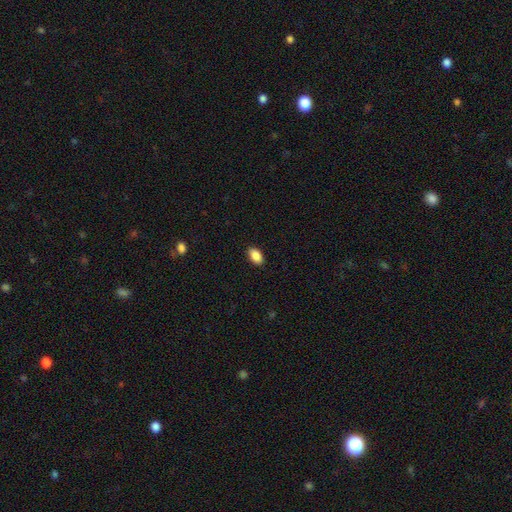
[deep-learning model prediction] Smooth or featured? Predicted: smooth (p=0.89). How rounded? Predicted: in between (p=0.92). Merging? Predicted: none (p=0.89).